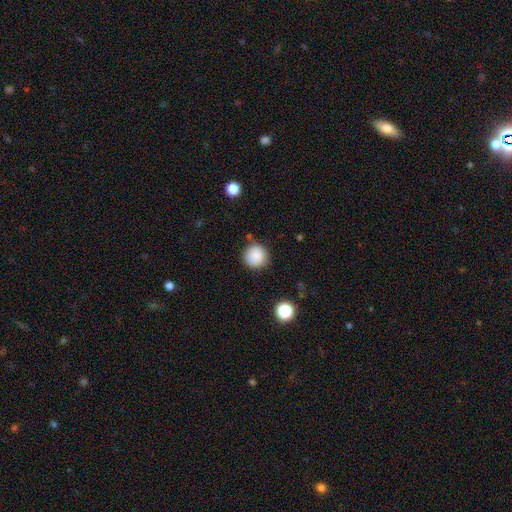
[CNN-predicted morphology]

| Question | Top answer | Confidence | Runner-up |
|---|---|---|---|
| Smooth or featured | smooth | 85% | star or artifact (10%) |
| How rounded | round | 94% | in between (5%) |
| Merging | none | 81% | minor disturbance (13%) |